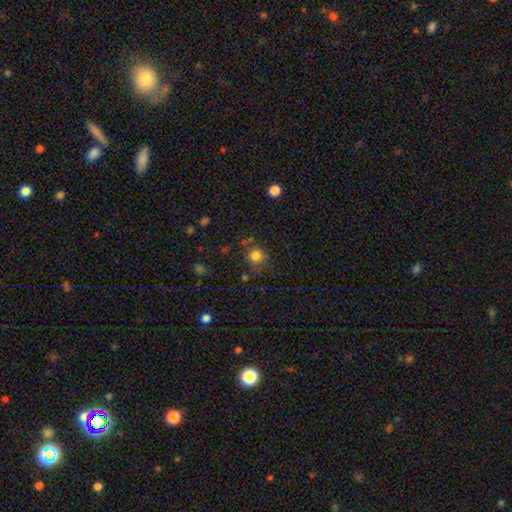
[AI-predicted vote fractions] This appears to be a smooth galaxy with no disk features (80%) that is round (86%). Merging: none (71%).